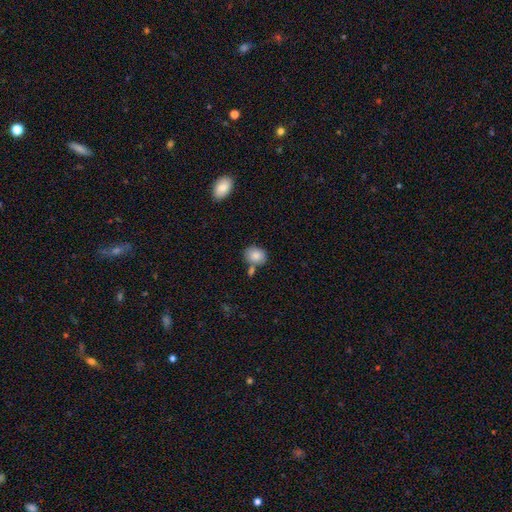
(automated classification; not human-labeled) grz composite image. It shows a smooth galaxy with no disk features (84%) that is in between round and cigar-shaped (53%). Merging: none (64%).